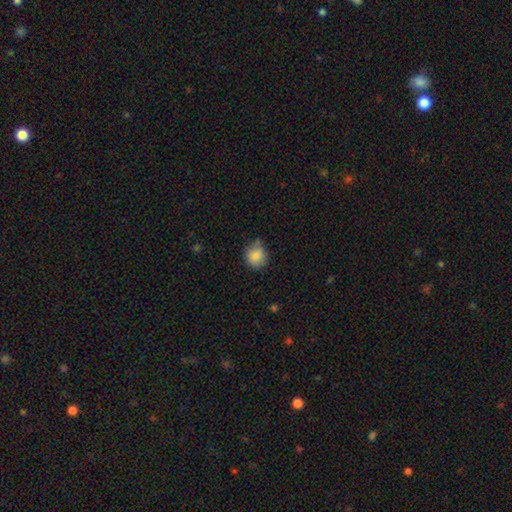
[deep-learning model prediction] The model was most divided on "merging": none: 71%, minor disturbance: 21%, merger: 4%, major disturbance: 4%. More confident: how rounded — round (86%); smooth or featured — smooth (85%).